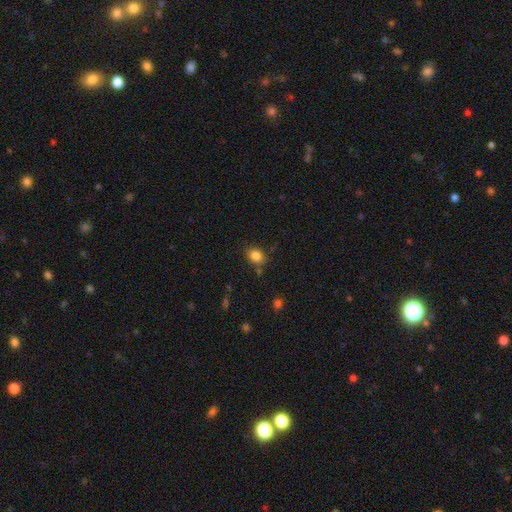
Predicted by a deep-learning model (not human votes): Q: Smooth or featured?
A: smooth (84%); runner-up: star or artifact (10%)
Q: How rounded?
A: in between (61%); runner-up: round (38%)
Q: Merging?
A: none (77%); runner-up: minor disturbance (14%)